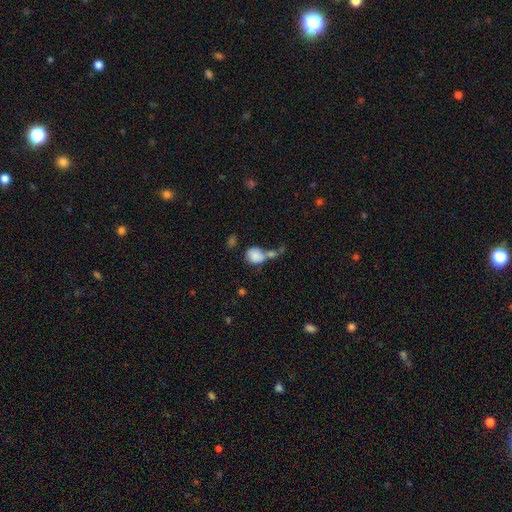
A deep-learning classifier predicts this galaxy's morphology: Smooth or featured: smooth — 82% (featured or disk — 9%)
How rounded: round — 64% (in between — 34%)
Merging: merger — 50% (none — 27%)